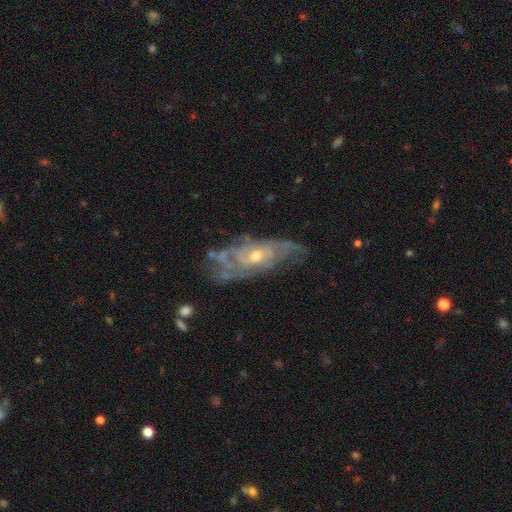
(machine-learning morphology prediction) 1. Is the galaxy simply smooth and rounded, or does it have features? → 81% featured or disk, 12% smooth, 7% star or artifact.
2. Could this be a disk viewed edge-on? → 88% no, 12% yes.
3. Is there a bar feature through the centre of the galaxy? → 70% no, 26% weak, 5% strong.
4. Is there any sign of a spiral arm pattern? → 83% yes, 17% no.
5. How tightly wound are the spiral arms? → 51% tight, 35% medium, 13% loose.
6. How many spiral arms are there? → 53% can't tell, 21% 2, 11% 3, 6% 4, 4% 1, 4% more than 4.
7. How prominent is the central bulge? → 51% moderate, 45% small, 2% large, 1% none, 1% dominant.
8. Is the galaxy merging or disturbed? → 58% none, 25% minor disturbance, 14% major disturbance, 3% merger.